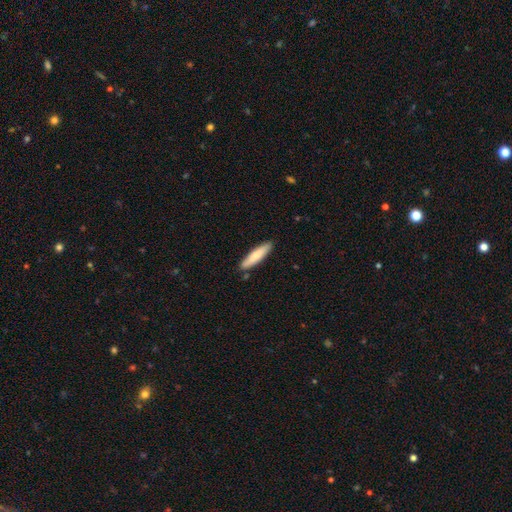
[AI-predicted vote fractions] This is likely a smooth galaxy (77%). How rounded: clearly cigar-shaped (80%). Merging: clearly none (86%).